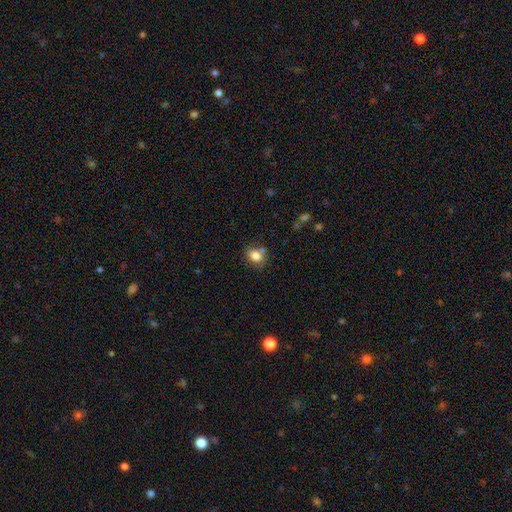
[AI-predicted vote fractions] smooth-or-featured: smooth: 82% | star or artifact: 10% | featured or disk: 8%
  how-rounded: in between: 57% | round: 42% | cigar-shaped: 1%
  merging: none: 67% | minor disturbance: 16% | merger: 13% | major disturbance: 4%